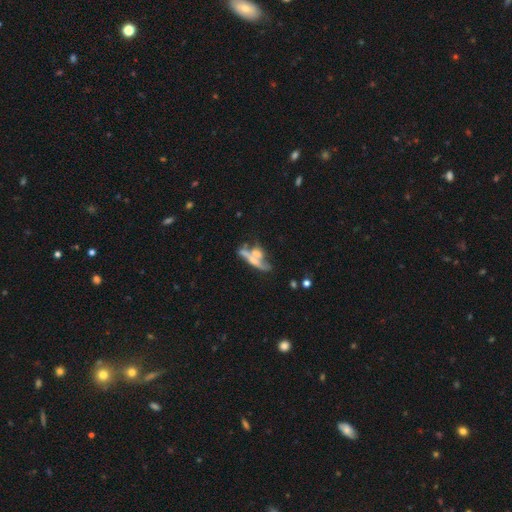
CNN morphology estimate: Smooth or featured? featured or disk (51%)
Edge-on disk? yes (52%)
Merging? merger (51%)